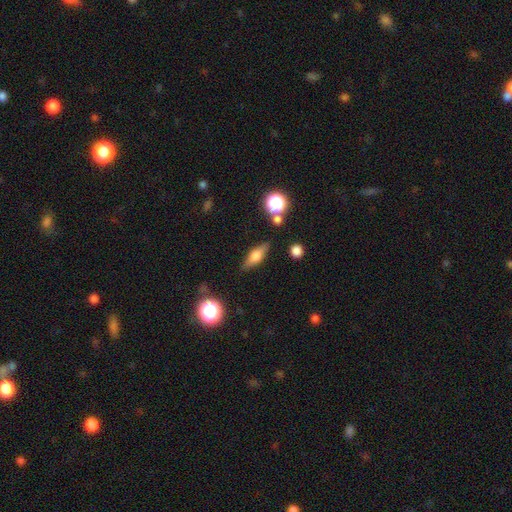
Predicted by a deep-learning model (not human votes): This is possibly a featured or disk galaxy (48%). Merging: clearly none (82%).